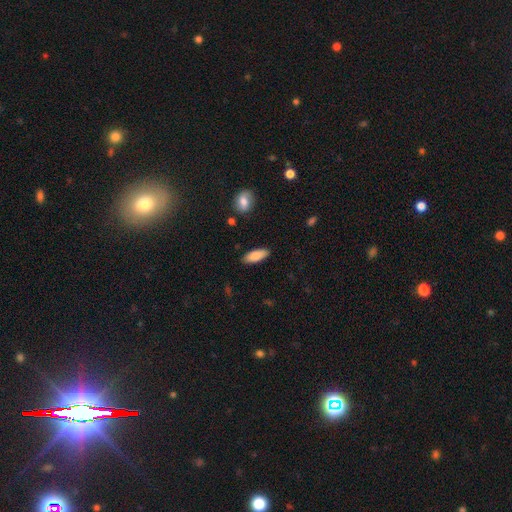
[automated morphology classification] Smooth or featured? Predicted: smooth (p=0.84). How rounded? Predicted: in between (p=0.75). Merging? Predicted: none (p=0.87).